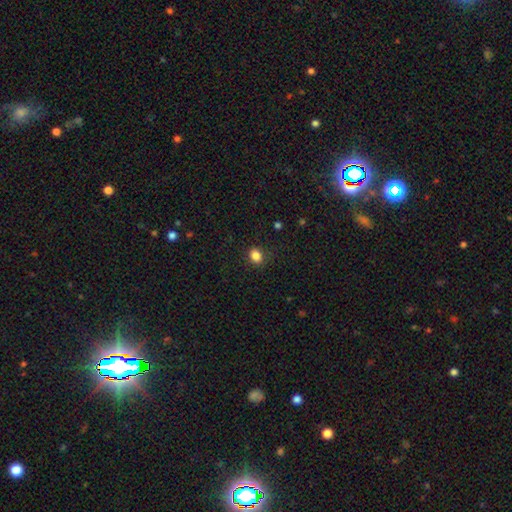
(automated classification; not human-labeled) Smooth or featured? smooth (85%)
How rounded? in between (61%)
Merging? none (85%)